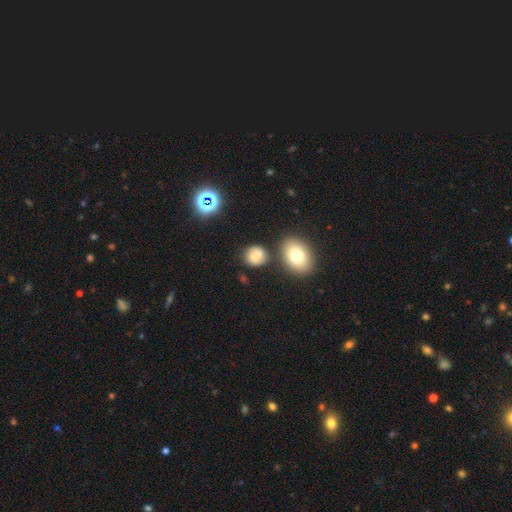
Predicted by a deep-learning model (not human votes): Smooth or featured? smooth (68%)
How rounded? round (61%)
Merging? none (69%)